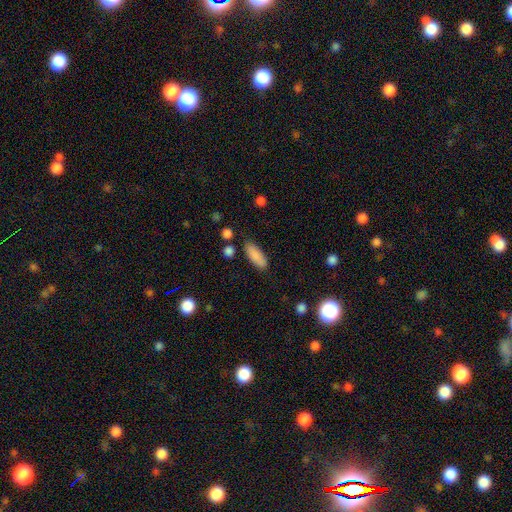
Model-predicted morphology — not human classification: Q: Smooth or featured?
A: smooth (87%); runner-up: star or artifact (7%)
Q: How rounded?
A: in between (70%); runner-up: cigar-shaped (28%)
Q: Merging?
A: none (81%); runner-up: minor disturbance (12%)